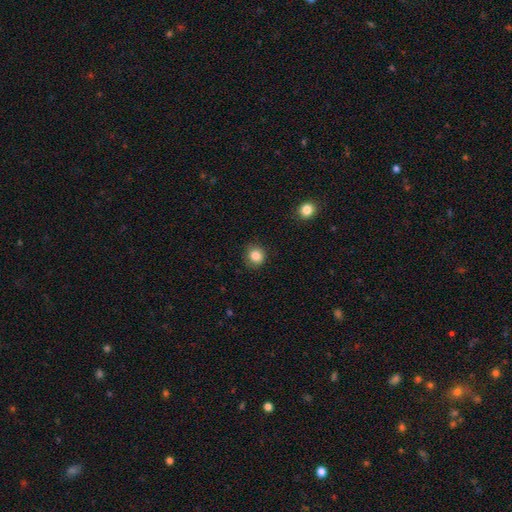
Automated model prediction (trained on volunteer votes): smooth-or-featured: smooth: 85% | star or artifact: 10% | featured or disk: 5%
  how-rounded: round: 87% | in between: 12% | cigar-shaped: 1%
  merging: none: 84% | minor disturbance: 12% | major disturbance: 3% | merger: 1%